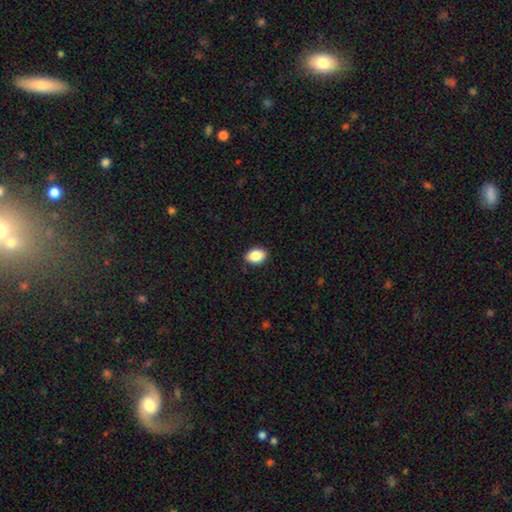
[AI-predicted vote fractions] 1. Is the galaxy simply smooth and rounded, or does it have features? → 87% smooth, 8% star or artifact, 5% featured or disk.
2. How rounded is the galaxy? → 83% in between, 15% round, 1% cigar-shaped.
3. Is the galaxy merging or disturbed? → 89% none, 8% minor disturbance, 2% major disturbance, 1% merger.